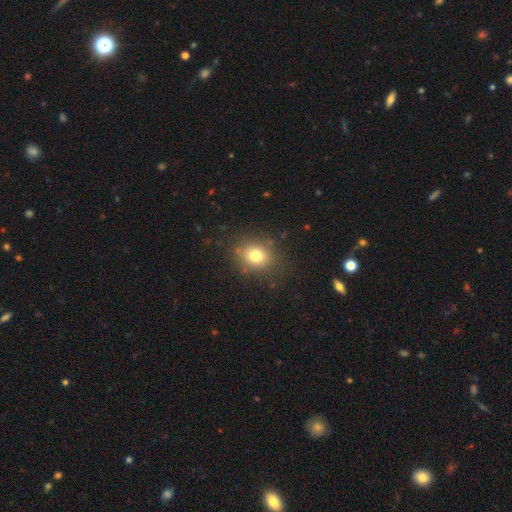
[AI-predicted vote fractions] Smooth or featured?
  - smooth: 77% *
  - star or artifact: 13%
  - featured or disk: 11%
How rounded?
  - round: 62% *
  - in between: 37%
  - cigar-shaped: 1%
Merging?
  - none: 82% *
  - minor disturbance: 12%
  - major disturbance: 5%
  - merger: 2%